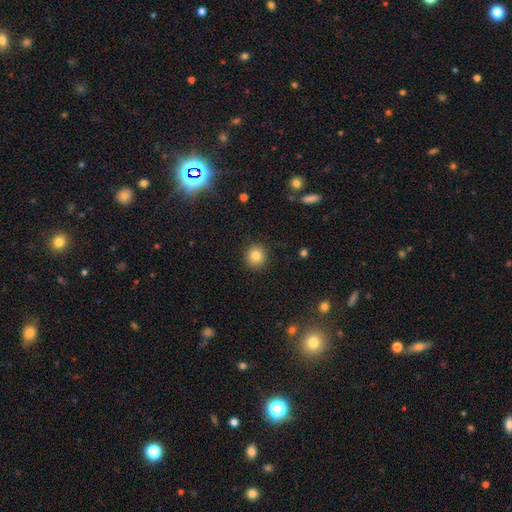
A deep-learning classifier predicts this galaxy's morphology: This appears to be a smooth galaxy with no disk features (83%) that is round (93%). Merging: none (91%).